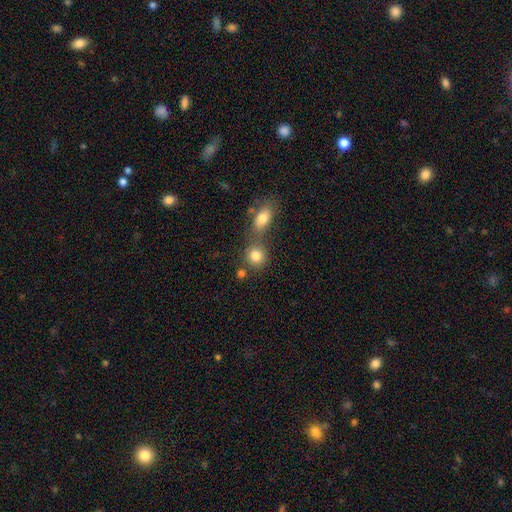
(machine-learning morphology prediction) Overall: smooth (81%). How rounded: round (80%). Merging: none (53%; merger 34%).